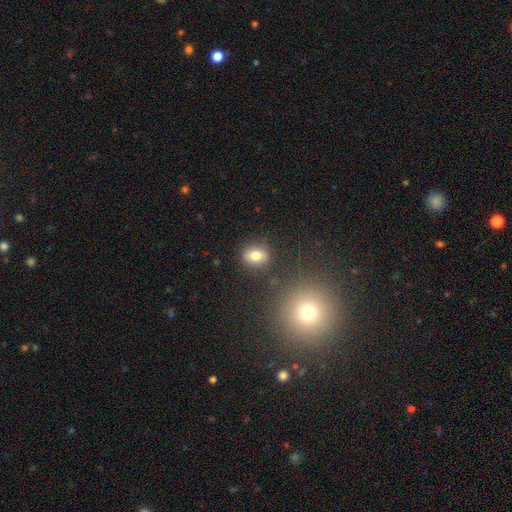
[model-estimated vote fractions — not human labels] Morphology: type=smooth (76%); roundness=round (57%); merging=none (83%).